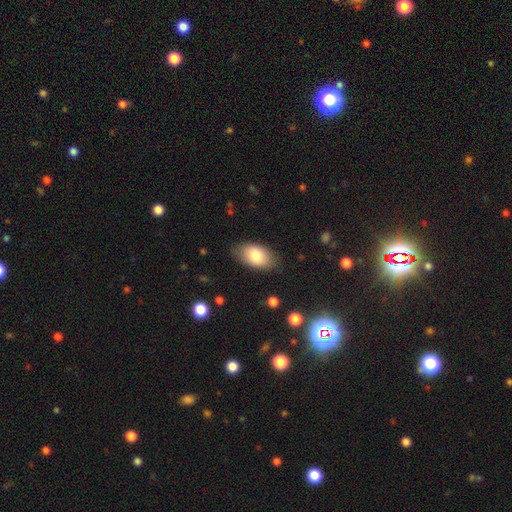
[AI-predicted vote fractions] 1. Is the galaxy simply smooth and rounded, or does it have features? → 80% smooth, 13% featured or disk, 6% star or artifact.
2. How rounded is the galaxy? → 94% in between, 5% round, 2% cigar-shaped.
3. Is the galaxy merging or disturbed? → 81% none, 14% minor disturbance, 3% major disturbance, 1% merger.